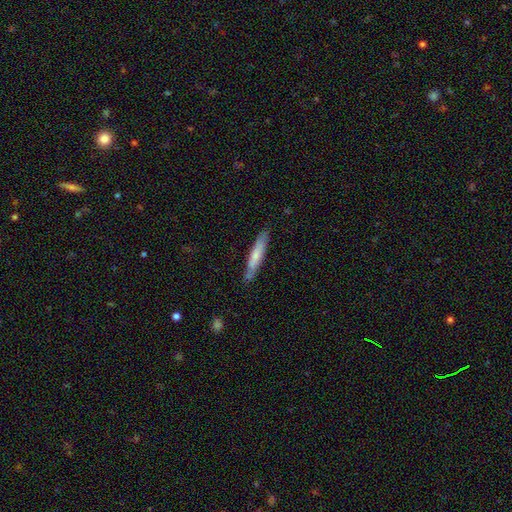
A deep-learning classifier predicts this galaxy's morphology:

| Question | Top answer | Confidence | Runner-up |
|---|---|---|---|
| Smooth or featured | smooth | 62% | featured or disk (32%) |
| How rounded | cigar-shaped | 92% | in between (7%) |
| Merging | none | 81% | minor disturbance (14%) |